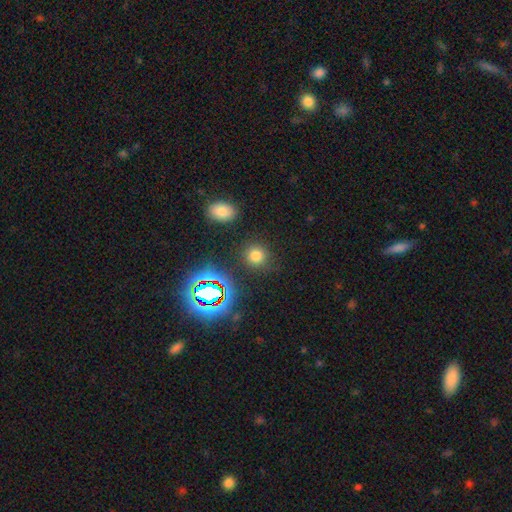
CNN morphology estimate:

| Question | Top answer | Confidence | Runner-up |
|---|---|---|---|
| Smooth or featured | smooth | 71% | star or artifact (22%) |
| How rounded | round | 89% | in between (10%) |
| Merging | none | 86% | minor disturbance (8%) |